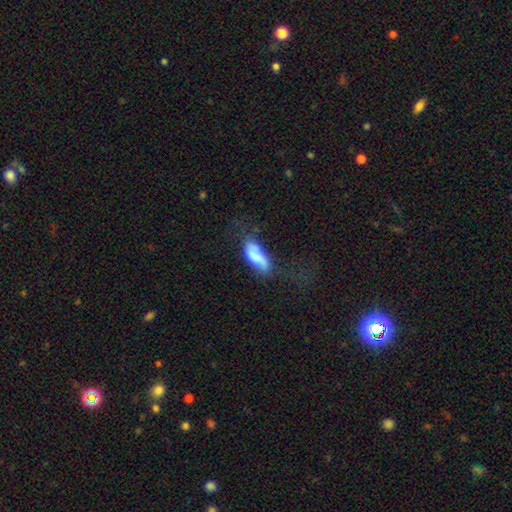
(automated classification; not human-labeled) This appears to be a smooth galaxy with no disk features (65%) that is in between round and cigar-shaped (73%). Merging: none (44%).